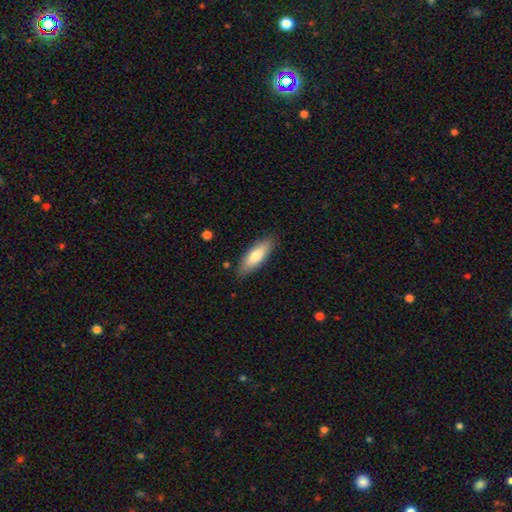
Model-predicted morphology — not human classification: Overall: smooth (73%). How rounded: in between (57%; cigar-shaped 41%). Merging: none (85%).